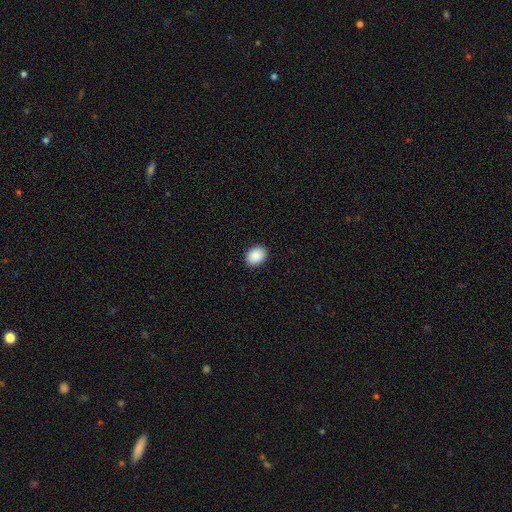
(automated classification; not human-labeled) A smooth galaxy with no disk features (90%) that is in between round and cigar-shaped (65%). Merging: none (91%).